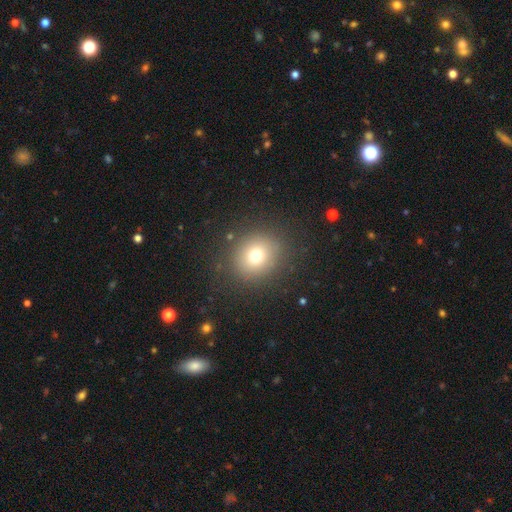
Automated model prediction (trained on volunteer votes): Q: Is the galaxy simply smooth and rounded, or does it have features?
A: smooth — 73%.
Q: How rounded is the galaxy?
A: round — 82%.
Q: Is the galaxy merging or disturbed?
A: none — 87%.